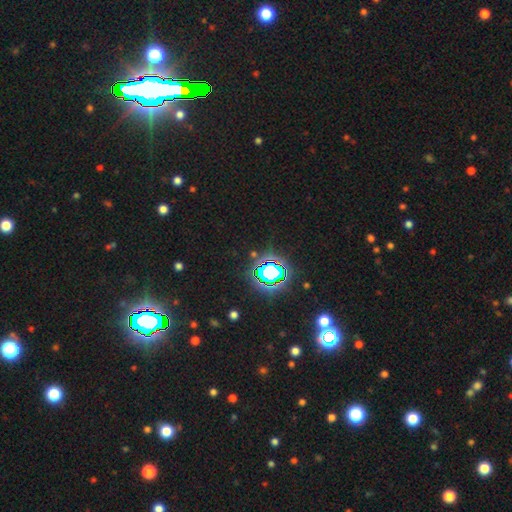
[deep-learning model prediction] Morphology: type=star or artifact (77%).